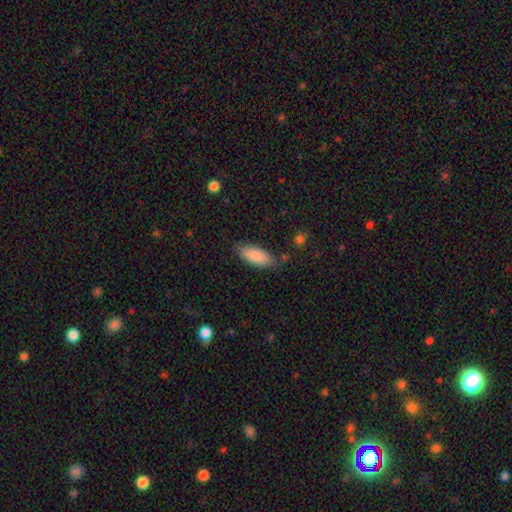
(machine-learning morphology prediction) smooth 88%, featured or disk 6%, star or artifact 6%. Down the decision tree: how rounded — in between (82%); merging — none (77%).